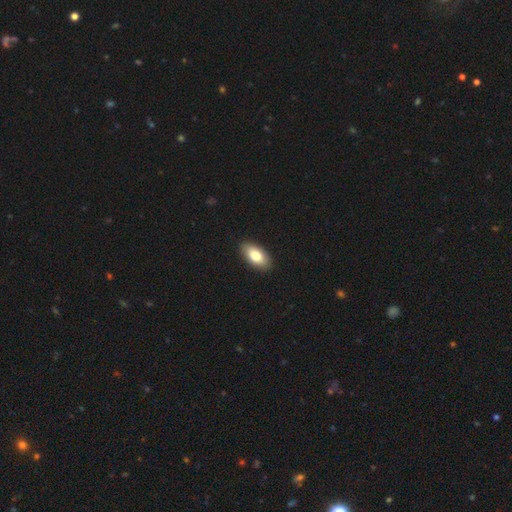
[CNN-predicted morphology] smooth_or_featured: smooth (p=0.81) [alt: featured or disk p=0.12]
how_rounded: in between (p=0.93) [alt: cigar-shaped p=0.04]
merging: none (p=0.90) [alt: minor disturbance p=0.07]